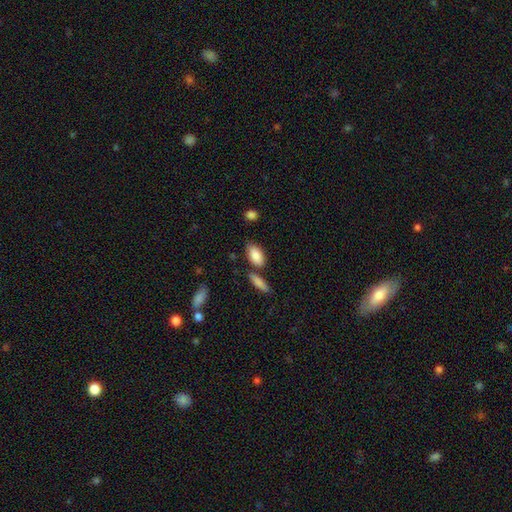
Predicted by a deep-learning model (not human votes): Smooth or featured: smooth — 86% (featured or disk — 7%)
How rounded: in between — 91% (cigar-shaped — 5%)
Merging: none — 68% (minor disturbance — 15%)